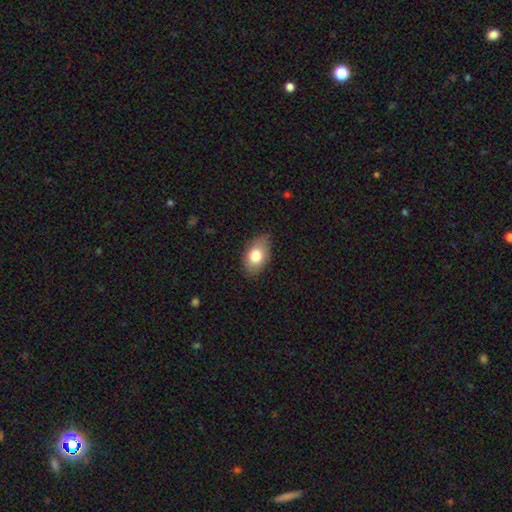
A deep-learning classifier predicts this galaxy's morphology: This is likely a smooth galaxy (78%). How rounded: clearly in between (87%). Merging: likely none (78%).